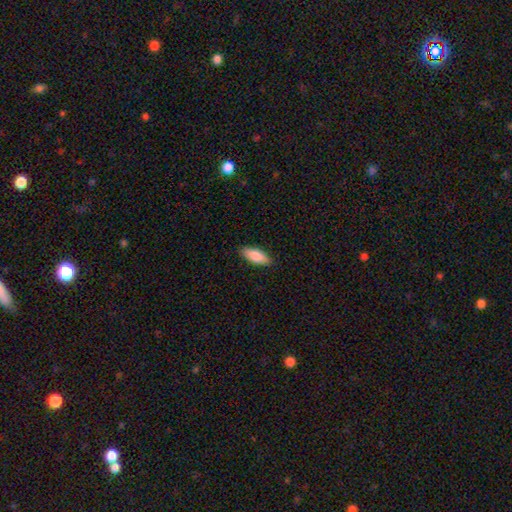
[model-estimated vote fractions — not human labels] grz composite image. It shows a smooth galaxy with no disk features (85%) that is in between round and cigar-shaped (80%). Merging: none (88%).